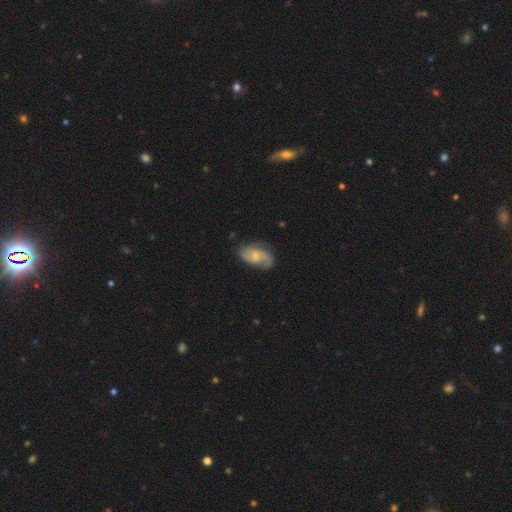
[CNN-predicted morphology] The model was most divided on "spiral winding": medium: 45%, loose: 29%, tight: 26%. More confident: edge-on disk — no (96%); spiral arms — yes (92%); spiral arm count — 2 (70%); merging — none (66%); smooth or featured — featured or disk (65%); bar — no (59%); bulge size — small (51%).